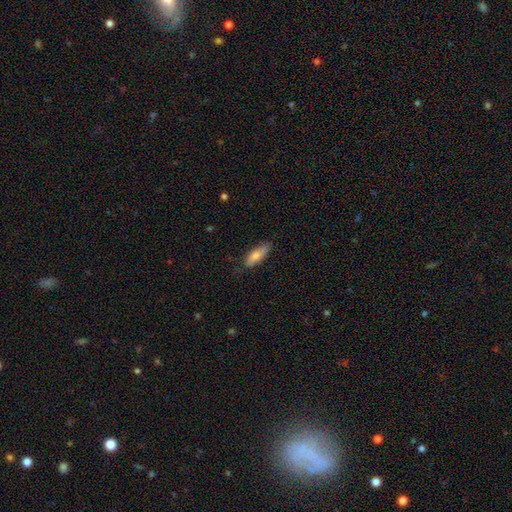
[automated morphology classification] Overall: smooth (77%). How rounded: in between (61%; cigar-shaped 37%). Merging: none (75%).